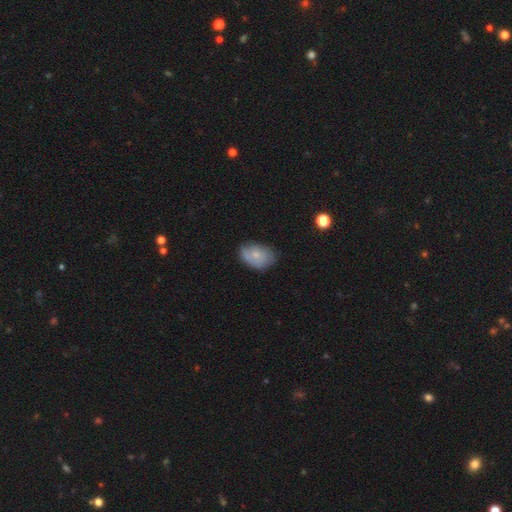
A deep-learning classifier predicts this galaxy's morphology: type=smooth (63%); roundness=in between (84%); merging=none (61%).